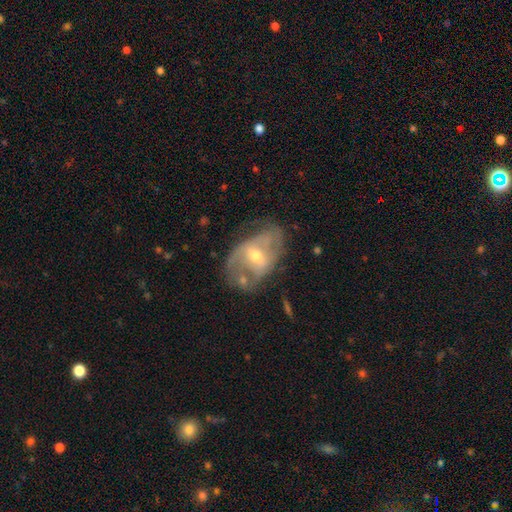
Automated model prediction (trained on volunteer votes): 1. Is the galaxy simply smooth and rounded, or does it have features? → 74% featured or disk, 18% smooth, 8% star or artifact.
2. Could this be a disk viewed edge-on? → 95% no, 5% yes.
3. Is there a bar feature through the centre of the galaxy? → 45% weak, 30% no, 25% strong.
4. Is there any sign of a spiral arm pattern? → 72% yes, 28% no.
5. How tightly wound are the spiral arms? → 41% medium, 34% loose, 25% tight.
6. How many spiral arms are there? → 60% 2, 25% can't tell, 6% 3, 4% 1, 2% 4, 2% more than 4.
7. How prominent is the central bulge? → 52% moderate, 44% small, 2% large, 1% none, 1% dominant.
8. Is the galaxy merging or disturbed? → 51% none, 25% minor disturbance, 16% major disturbance, 7% merger.